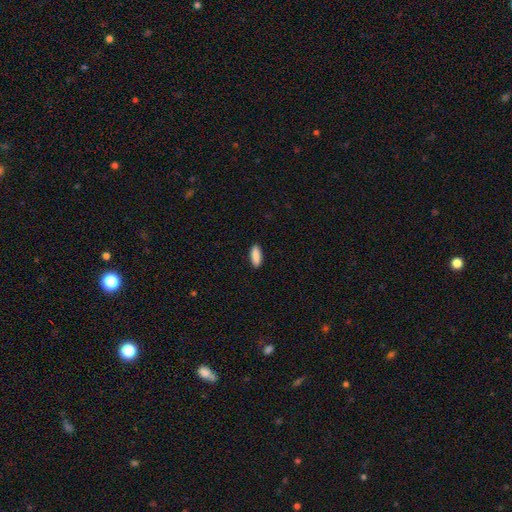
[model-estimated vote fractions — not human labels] Smooth or featured? Predicted: smooth (p=0.90). How rounded? Predicted: in between (p=0.74). Merging? Predicted: none (p=0.90).